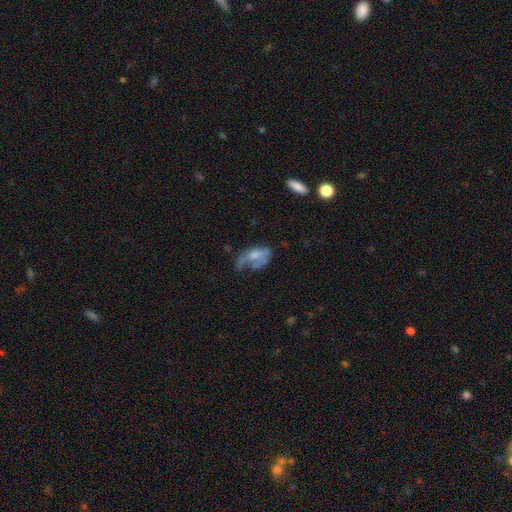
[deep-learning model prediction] A featured or disk galaxy (47%).

Vote fractions:
- Smooth or featured? featured or disk: 47% / smooth: 44% / star or artifact: 9%
- Merging? major disturbance: 43% / none: 25% / minor disturbance: 23% / merger: 9%